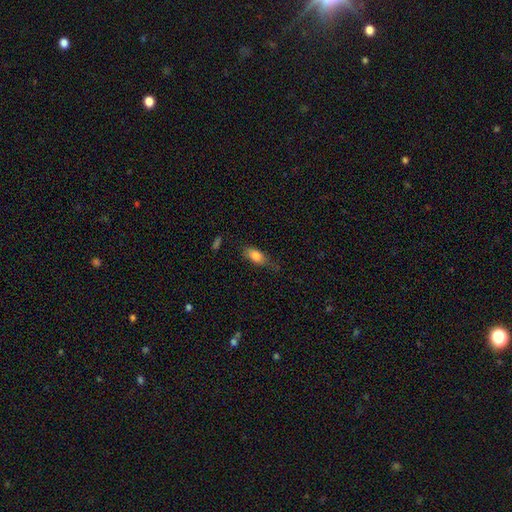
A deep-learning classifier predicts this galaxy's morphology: Smooth or featured: smooth — 80% (featured or disk — 12%)
How rounded: in between — 82% (cigar-shaped — 13%)
Merging: none — 59% (minor disturbance — 30%)